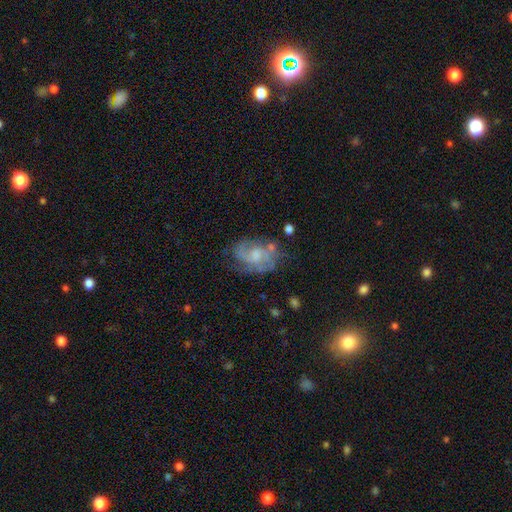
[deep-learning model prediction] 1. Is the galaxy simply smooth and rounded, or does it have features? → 68% featured or disk, 24% smooth, 8% star or artifact.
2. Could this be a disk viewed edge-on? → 97% no, 3% yes.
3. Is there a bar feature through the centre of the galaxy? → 61% no, 34% weak, 5% strong.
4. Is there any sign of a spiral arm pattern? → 81% yes, 19% no.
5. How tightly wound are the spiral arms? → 47% medium, 30% tight, 23% loose.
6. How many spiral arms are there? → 58% 2, 24% can't tell, 8% 3, 5% 1, 2% 4, 2% more than 4.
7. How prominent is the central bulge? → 42% moderate, 39% small, 13% none, 5% large, 1% dominant.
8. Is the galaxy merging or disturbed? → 56% none, 24% minor disturbance, 14% major disturbance, 5% merger.